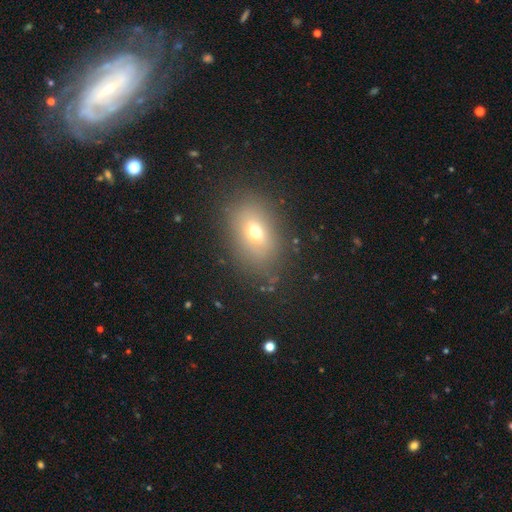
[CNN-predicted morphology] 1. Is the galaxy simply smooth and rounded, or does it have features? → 64% smooth, 19% star or artifact, 18% featured or disk.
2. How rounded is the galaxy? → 73% in between, 24% round, 2% cigar-shaped.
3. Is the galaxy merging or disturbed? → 81% none, 13% minor disturbance, 5% major disturbance, 2% merger.